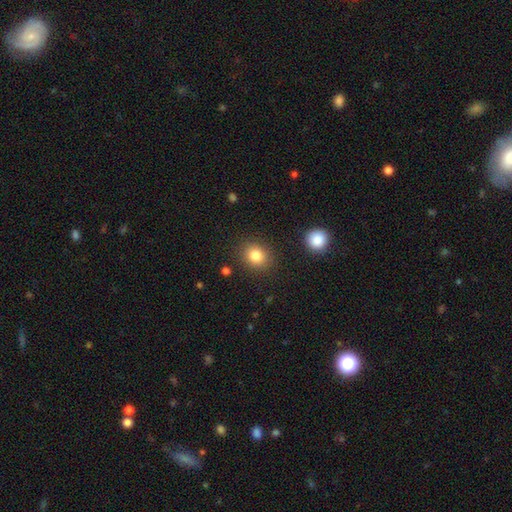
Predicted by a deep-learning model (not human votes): smooth 83%, star or artifact 10%, featured or disk 7%. Down the decision tree: how rounded — round (66%); merging — none (86%).